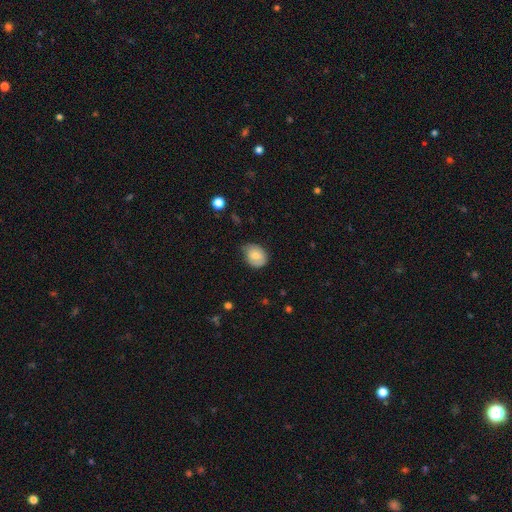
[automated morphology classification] This appears to be a smooth galaxy with no disk features (75%) that is in between round and cigar-shaped (51%). Merging: none (58%).